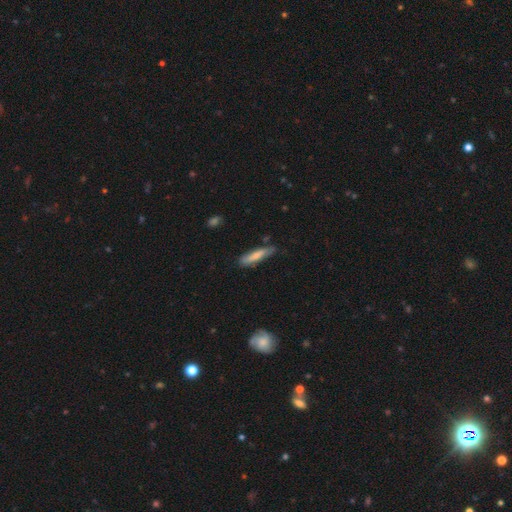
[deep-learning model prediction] smooth_or_featured: smooth (p=0.68) [alt: featured or disk p=0.26]
how_rounded: cigar-shaped (p=0.81) [alt: in between p=0.18]
merging: none (p=0.69) [alt: minor disturbance p=0.24]